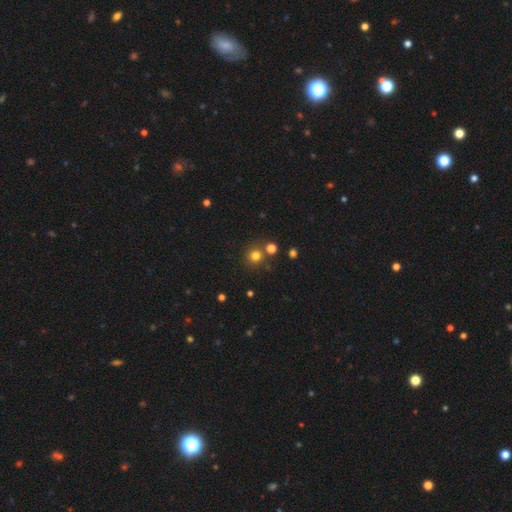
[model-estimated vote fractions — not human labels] Overall: smooth (76%). How rounded: round (91%). Merging: none (76%).